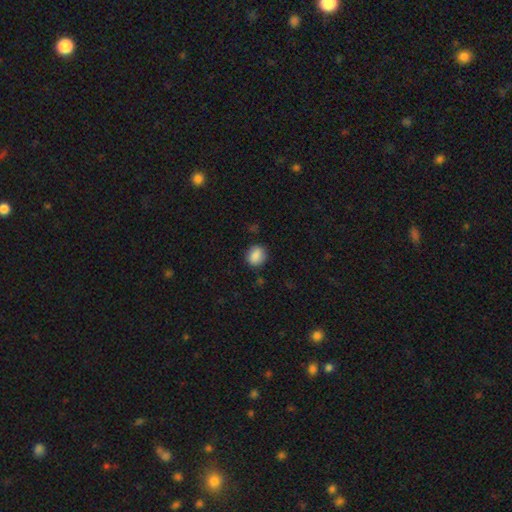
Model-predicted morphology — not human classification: smooth_or_featured: smooth (p=0.87) [alt: star or artifact p=0.08]
how_rounded: round (p=0.64) [alt: in between p=0.35]
merging: none (p=0.83) [alt: minor disturbance p=0.12]